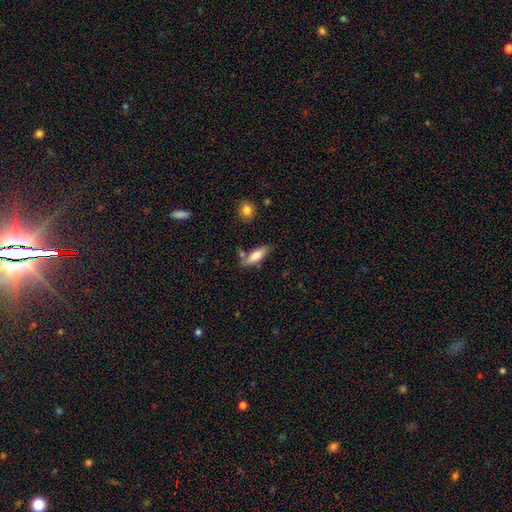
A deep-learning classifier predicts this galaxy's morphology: The model was most divided on "how rounded": in between: 59%, cigar-shaped: 39%, round: 2%. More confident: smooth or featured — smooth (78%); merging — none (68%).